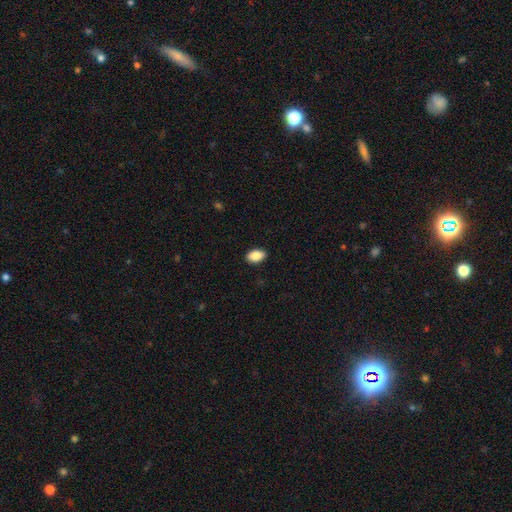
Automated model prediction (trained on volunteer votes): Morphology: type=smooth (86%); roundness=in between (91%); merging=none (90%).